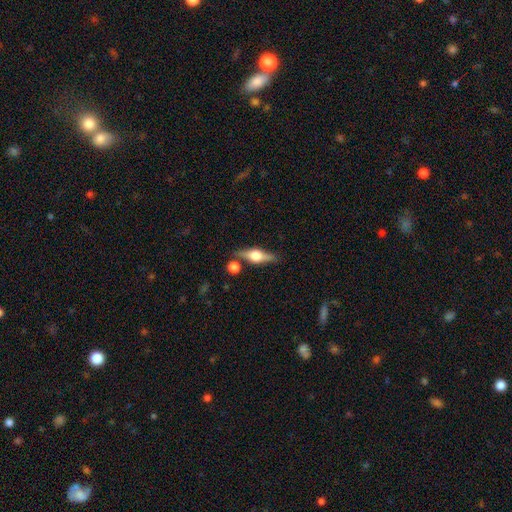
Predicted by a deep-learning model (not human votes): Smooth or featured?
  - featured or disk: 72% *
  - smooth: 21%
  - star or artifact: 7%
Edge-on disk?
  - yes: 96% *
  - no: 4%
Edge-on bulge?
  - rounded: 92% *
  - boxy: 6%
  - none: 1%
Merging?
  - none: 80% *
  - minor disturbance: 10%
  - merger: 8%
  - major disturbance: 3%